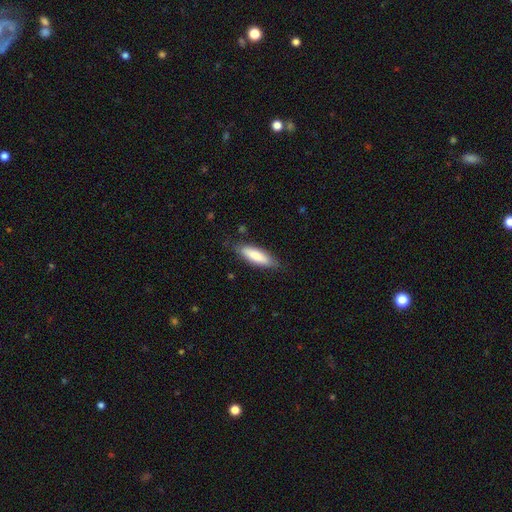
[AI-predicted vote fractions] This is clearly a smooth galaxy (80%). How rounded: possibly cigar-shaped (52%). Merging: clearly none (81%).